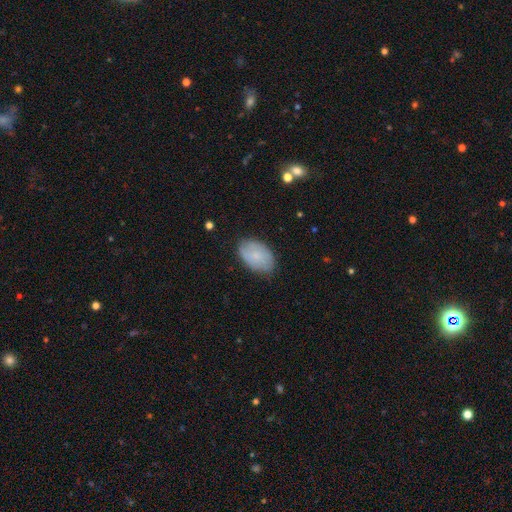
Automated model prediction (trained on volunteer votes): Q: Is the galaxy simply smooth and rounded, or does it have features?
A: smooth — 77%.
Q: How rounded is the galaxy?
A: in between — 91%.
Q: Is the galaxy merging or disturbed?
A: none — 79%.